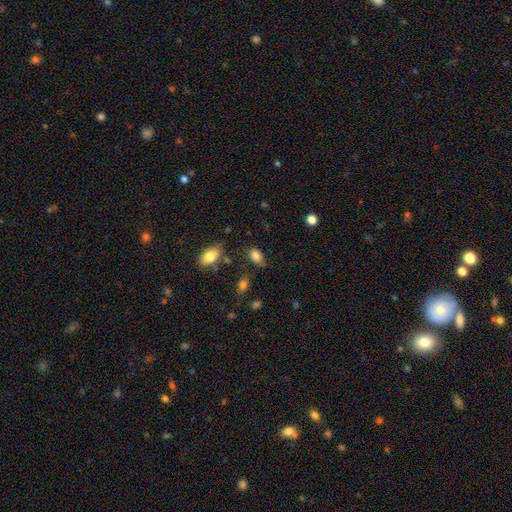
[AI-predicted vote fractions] The model was most divided on "merging": none: 65%, minor disturbance: 23%, major disturbance: 7%, merger: 5%. More confident: smooth or featured — smooth (83%); how rounded — in between (82%).